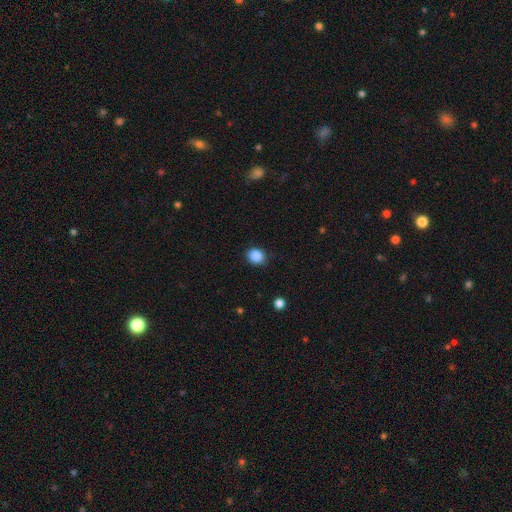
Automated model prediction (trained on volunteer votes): smooth_or_featured: smooth (p=0.87) [alt: star or artifact p=0.10]
how_rounded: round (p=0.72) [alt: in between p=0.27]
merging: none (p=0.87) [alt: minor disturbance p=0.09]